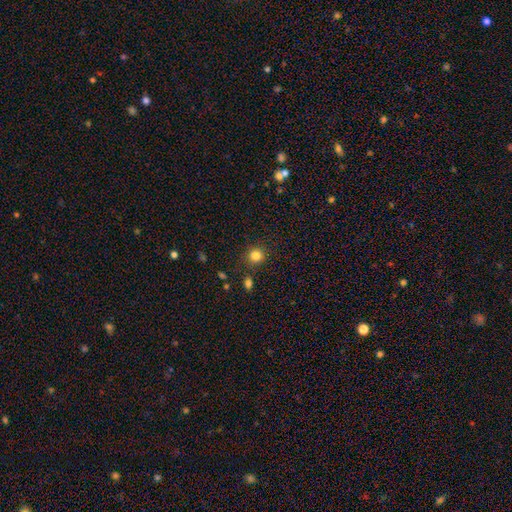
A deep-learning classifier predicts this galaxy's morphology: A smooth galaxy with no disk features (83%) that is round (87%). Merging: none (85%).